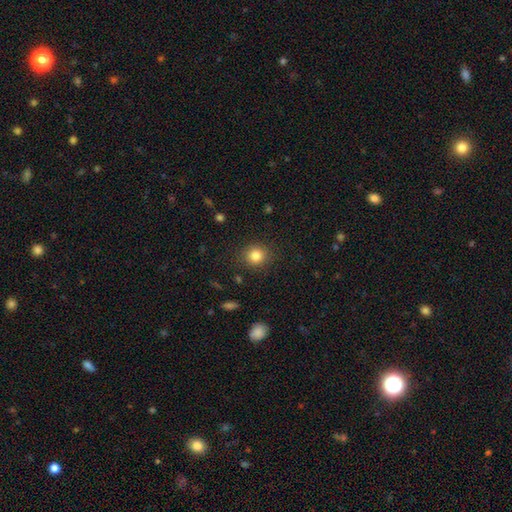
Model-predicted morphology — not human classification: smooth_or_featured: smooth (p=0.82) [alt: star or artifact p=0.11]
how_rounded: round (p=0.87) [alt: in between p=0.12]
merging: none (p=0.88) [alt: minor disturbance p=0.08]